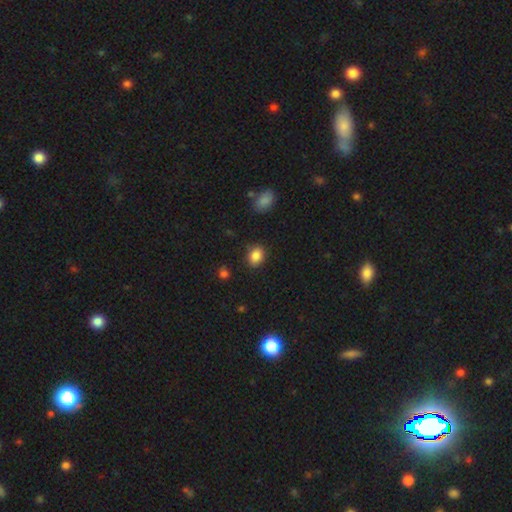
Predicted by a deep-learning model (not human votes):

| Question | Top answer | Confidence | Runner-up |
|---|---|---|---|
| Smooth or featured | smooth | 86% | star or artifact (9%) |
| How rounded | in between | 62% | round (37%) |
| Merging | none | 82% | minor disturbance (13%) |